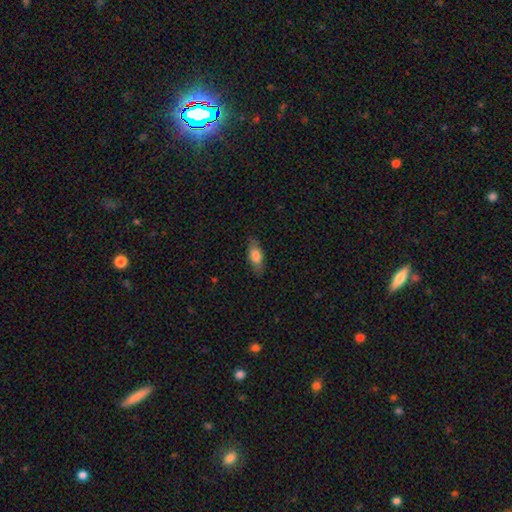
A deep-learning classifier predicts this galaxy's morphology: type=smooth (75%); roundness=in between (80%); merging=none (83%).